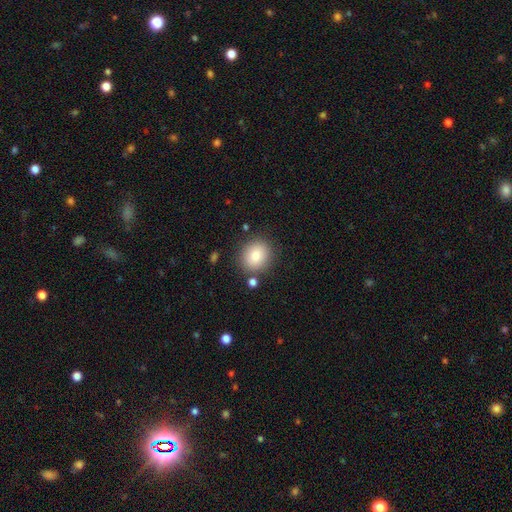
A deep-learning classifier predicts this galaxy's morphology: The model was most divided on "how rounded": round: 67%, in between: 32%, cigar-shaped: 1%. More confident: smooth or featured — smooth (84%); merging — none (81%).